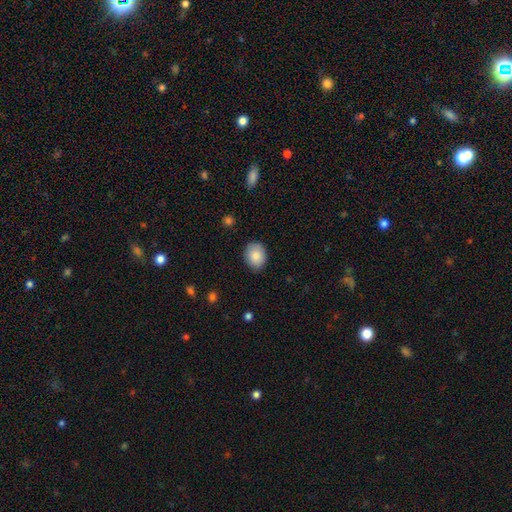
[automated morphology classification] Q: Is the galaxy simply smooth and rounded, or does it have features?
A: smooth — 86%.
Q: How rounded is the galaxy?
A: in between — 52%.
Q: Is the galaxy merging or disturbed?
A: none — 85%.